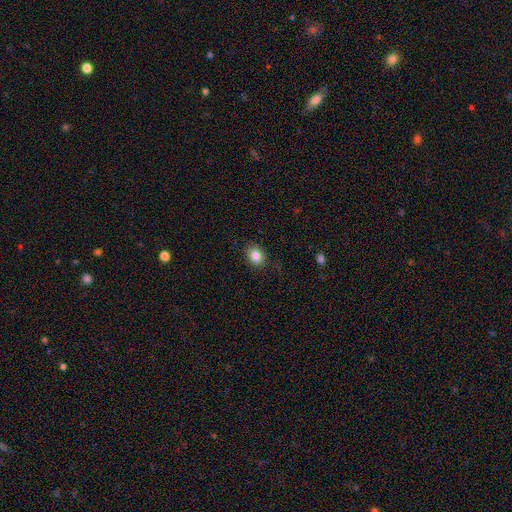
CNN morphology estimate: This is clearly a smooth galaxy (84%). How rounded: possibly in between (51%). Merging: clearly none (86%).